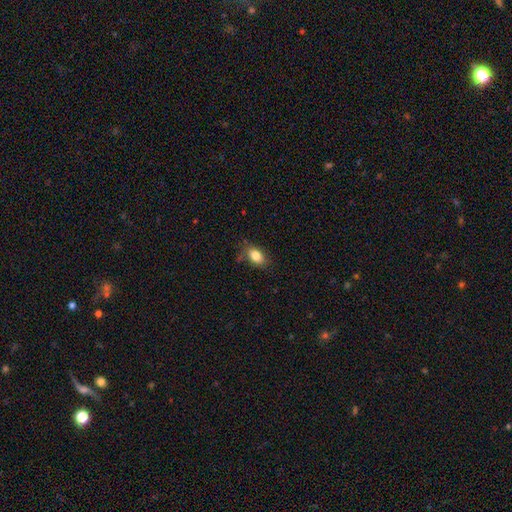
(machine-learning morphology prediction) This appears to be a smooth galaxy with no disk features (84%) that is in between round and cigar-shaped (87%). Merging: none (75%).